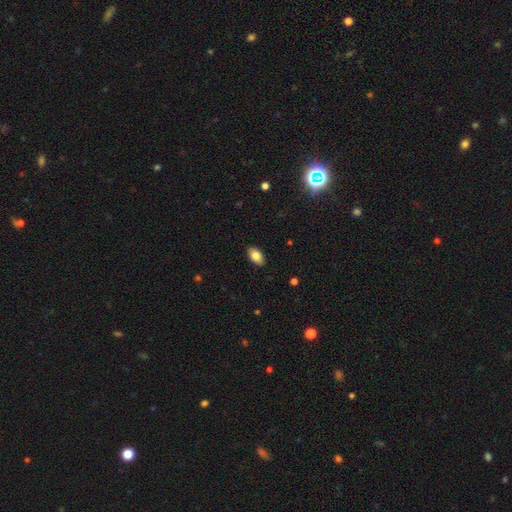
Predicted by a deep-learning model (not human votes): smooth-or-featured: smooth: 82% | featured or disk: 11% | star or artifact: 7%
  how-rounded: in between: 93% | round: 5% | cigar-shaped: 2%
  merging: none: 88% | minor disturbance: 9% | major disturbance: 2% | merger: 1%